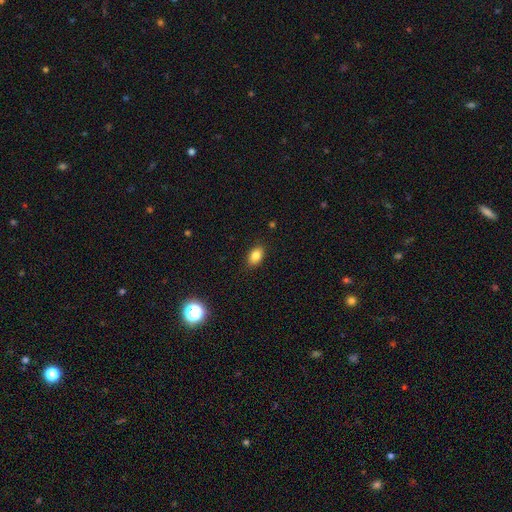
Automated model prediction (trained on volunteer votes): Q: Smooth or featured?
A: smooth (84%); runner-up: star or artifact (10%)
Q: How rounded?
A: in between (86%); runner-up: round (13%)
Q: Merging?
A: none (87%); runner-up: minor disturbance (10%)